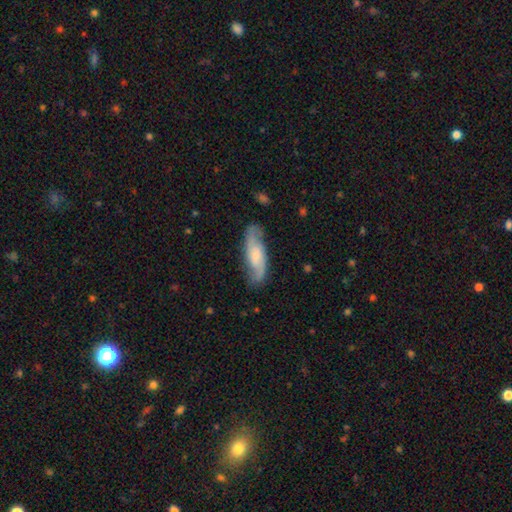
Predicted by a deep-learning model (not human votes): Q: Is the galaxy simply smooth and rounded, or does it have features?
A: featured or disk — 64%.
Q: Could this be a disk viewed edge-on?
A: no — 83%.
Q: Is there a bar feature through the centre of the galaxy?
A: no — 52%.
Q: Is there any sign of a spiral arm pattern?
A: yes — 93%.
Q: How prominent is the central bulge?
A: small — 33%.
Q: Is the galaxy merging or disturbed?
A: none — 76%.